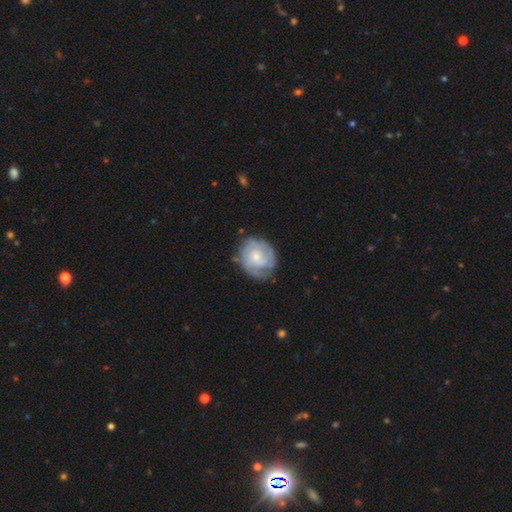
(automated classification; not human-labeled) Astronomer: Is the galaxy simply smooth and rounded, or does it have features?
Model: featured or disk — 54% (runner-up: smooth, 40%).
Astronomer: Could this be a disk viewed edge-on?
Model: no — 97%.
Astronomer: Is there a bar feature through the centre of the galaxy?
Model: no — 78%.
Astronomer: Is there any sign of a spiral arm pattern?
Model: yes — 69%.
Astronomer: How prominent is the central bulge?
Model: small — 63%.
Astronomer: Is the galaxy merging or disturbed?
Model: none — 63%.